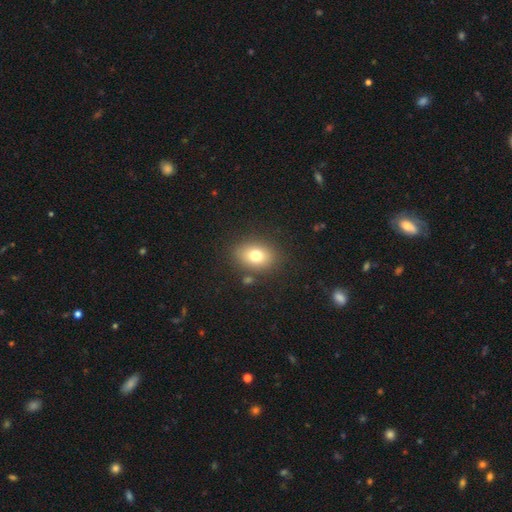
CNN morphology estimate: type=smooth (76%); roundness=in between (67%); merging=none (83%).